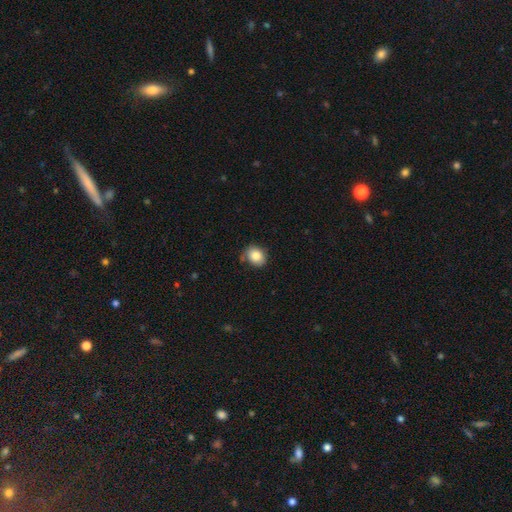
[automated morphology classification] The model was most divided on "how rounded": round: 55%, in between: 44%, cigar-shaped: 1%. More confident: smooth or featured — smooth (84%); merging — none (73%).